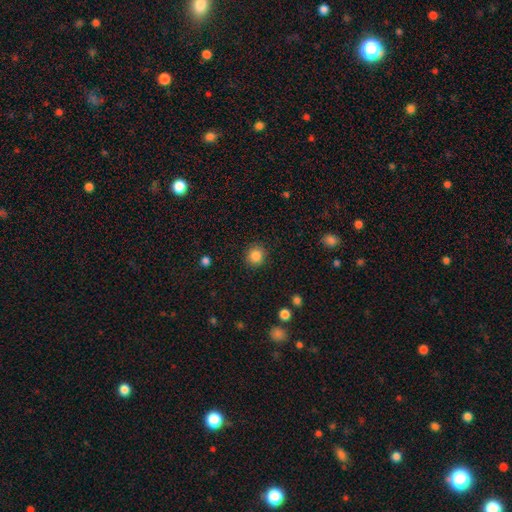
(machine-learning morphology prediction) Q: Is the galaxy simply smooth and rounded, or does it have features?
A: smooth — 86%.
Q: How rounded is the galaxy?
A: round — 90%.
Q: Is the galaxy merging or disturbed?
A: none — 90%.